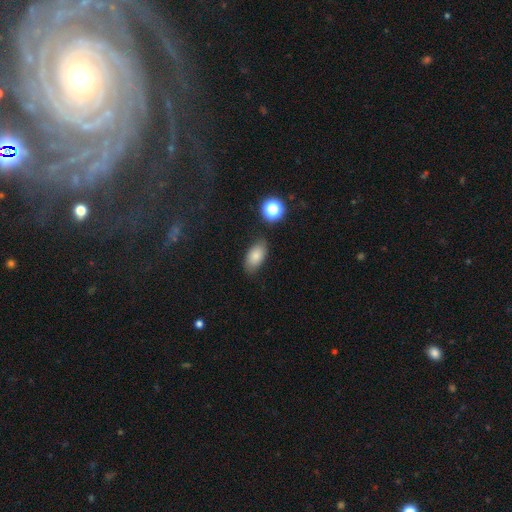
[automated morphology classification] Smooth or featured?
  - smooth: 82% *
  - star or artifact: 10%
  - featured or disk: 9%
How rounded?
  - in between: 90% *
  - round: 6%
  - cigar-shaped: 3%
Merging?
  - none: 79% *
  - minor disturbance: 14%
  - major disturbance: 4%
  - merger: 3%